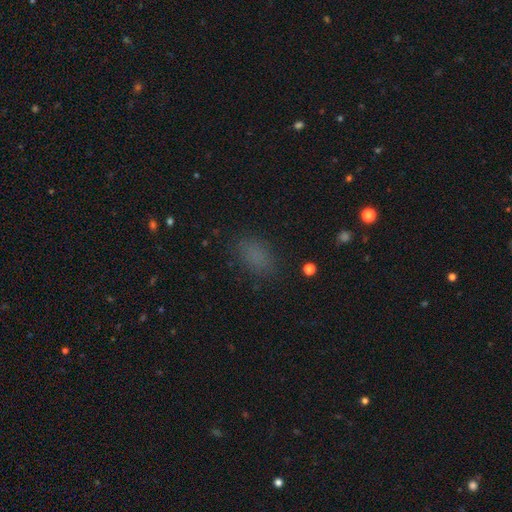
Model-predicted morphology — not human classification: A smooth galaxy with no disk features (78%) that is in between round and cigar-shaped (86%). Merging: none (81%).